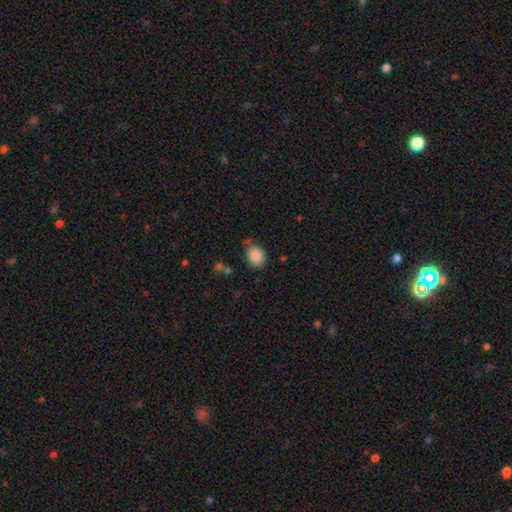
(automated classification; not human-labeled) Q: Smooth or featured?
A: smooth (88%); runner-up: star or artifact (8%)
Q: How rounded?
A: in between (53%); runner-up: round (46%)
Q: Merging?
A: none (71%); runner-up: minor disturbance (19%)